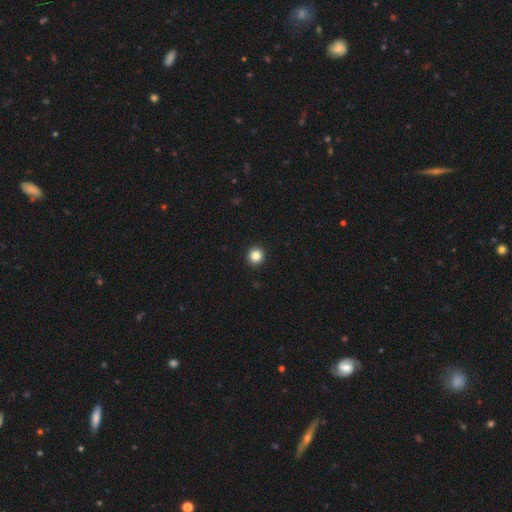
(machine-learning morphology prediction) smooth-or-featured: smooth: 85% | star or artifact: 11% | featured or disk: 4%
  how-rounded: round: 94% | in between: 5% | cigar-shaped: 1%
  merging: none: 94% | minor disturbance: 4% | major disturbance: 1% | merger: 1%